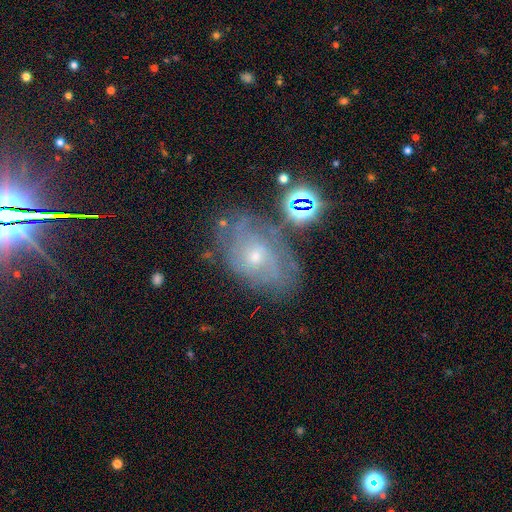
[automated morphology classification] Q: Smooth or featured?
A: featured or disk (66%); runner-up: smooth (19%)
Q: Edge-on disk?
A: no (95%); runner-up: yes (5%)
Q: Bar?
A: no (70%); runner-up: weak (25%)
Q: Spiral arms?
A: yes (84%); runner-up: no (16%)
Q: Spiral winding?
A: tight (55%); runner-up: medium (33%)
Q: Spiral arm count?
A: can't tell (51%); runner-up: 2 (23%)
Q: Bulge size?
A: small (63%); runner-up: moderate (33%)
Q: Merging?
A: none (64%); runner-up: minor disturbance (20%)